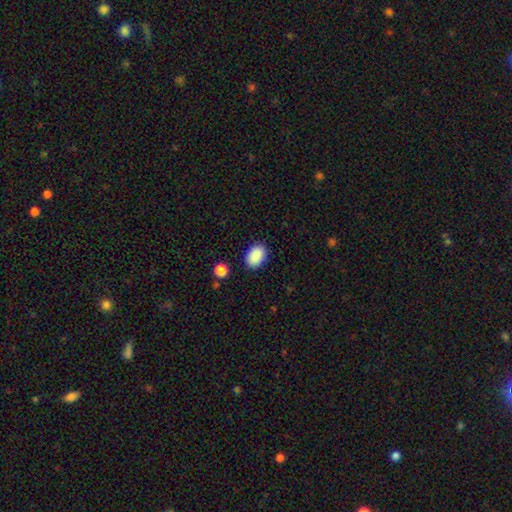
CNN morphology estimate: smooth-or-featured: smooth: 90% | star or artifact: 7% | featured or disk: 3%
  how-rounded: in between: 88% | round: 11% | cigar-shaped: 1%
  merging: none: 87% | minor disturbance: 9% | major disturbance: 2% | merger: 2%